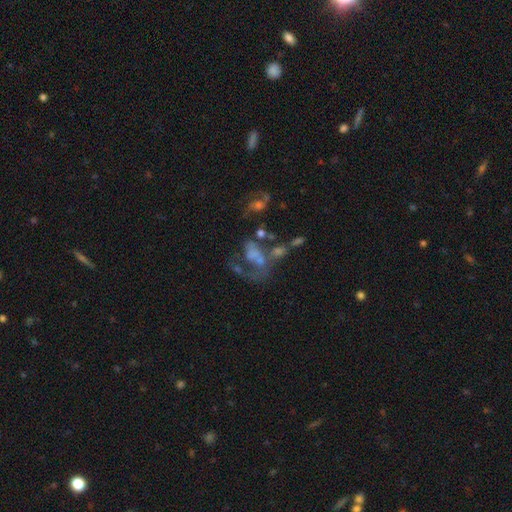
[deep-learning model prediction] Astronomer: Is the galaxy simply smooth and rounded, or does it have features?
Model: featured or disk — 56%.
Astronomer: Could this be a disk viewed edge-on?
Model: no — 97%.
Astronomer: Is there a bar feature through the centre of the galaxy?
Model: no — 82%.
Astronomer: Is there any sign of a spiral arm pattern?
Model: no — 68%.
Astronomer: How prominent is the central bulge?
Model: none — 57%.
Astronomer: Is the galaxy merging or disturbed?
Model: major disturbance — 39% (runner-up: merger, 31%).